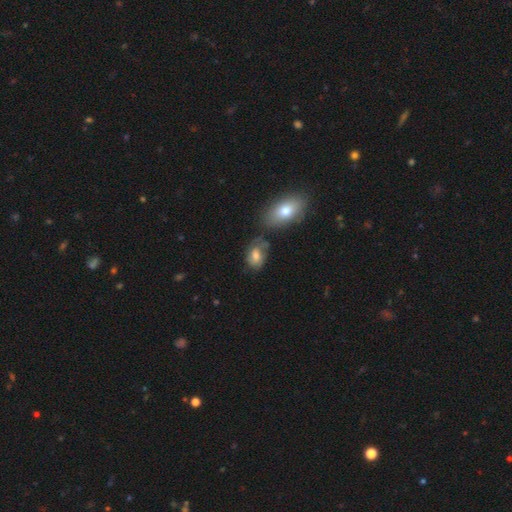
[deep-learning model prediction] Overall: smooth (64%; featured or disk 27%). How rounded: in between (78%). Merging: none (50%; minor disturbance 26%).